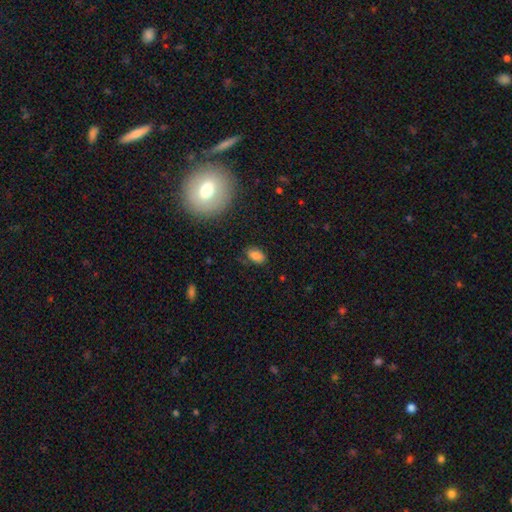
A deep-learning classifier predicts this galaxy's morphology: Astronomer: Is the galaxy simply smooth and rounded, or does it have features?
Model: smooth — 81%.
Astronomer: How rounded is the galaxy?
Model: in between — 89%.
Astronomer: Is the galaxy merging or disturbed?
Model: none — 77%.